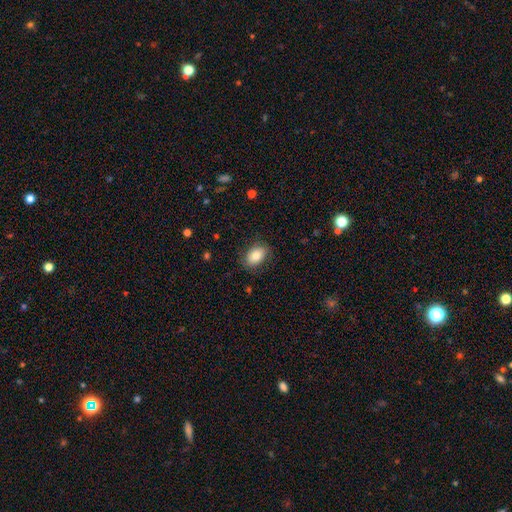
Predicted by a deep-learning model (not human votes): A smooth galaxy with no disk features (82%) that is in between round and cigar-shaped (83%).

Vote fractions:
- Smooth or featured? smooth: 82% / featured or disk: 10% / star or artifact: 8%
- How rounded? in between: 83% / round: 16% / cigar-shaped: 1%
- Merging? none: 82% / minor disturbance: 13% / major disturbance: 4% / merger: 1%